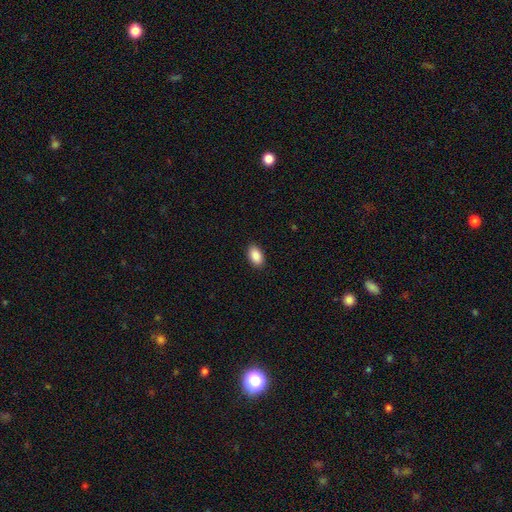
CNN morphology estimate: This appears to be a smooth galaxy with no disk features (89%) that is in between round and cigar-shaped (93%). Merging: none (89%).